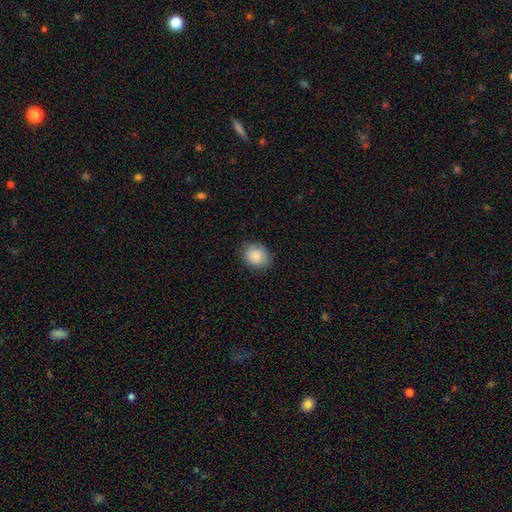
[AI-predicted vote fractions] Smooth or featured: smooth — 86% (star or artifact — 7%)
How rounded: round — 59% (in between — 40%)
Merging: none — 83% (minor disturbance — 13%)